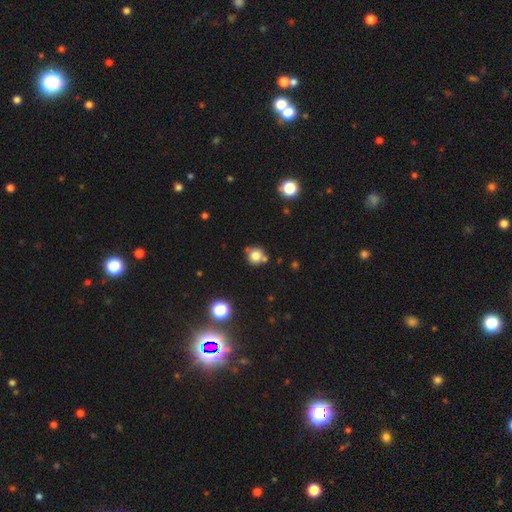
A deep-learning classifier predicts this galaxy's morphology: The model was most divided on "merging": none: 69%, merger: 15%, minor disturbance: 12%, major disturbance: 3%. More confident: how rounded — round (90%); smooth or featured — smooth (78%).